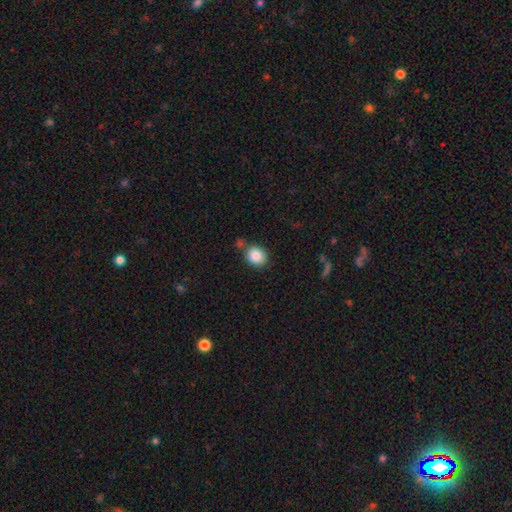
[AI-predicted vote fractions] Smooth or featured? Predicted: smooth (p=0.86). How rounded? Predicted: round (p=0.68). Merging? Predicted: none (p=0.73).